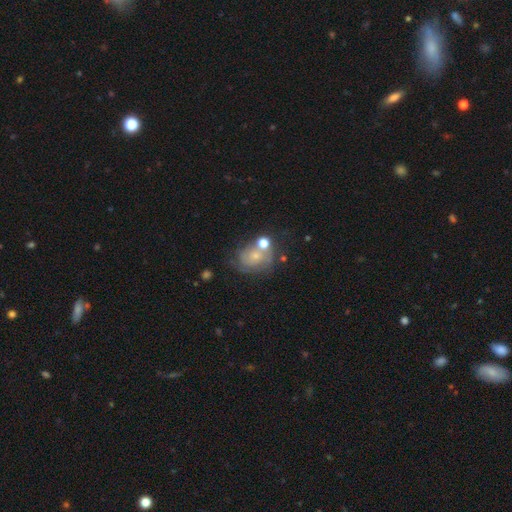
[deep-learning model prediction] smooth_or_featured: featured or disk (p=0.50) [alt: smooth p=0.37]
merging: none (p=0.46) [alt: minor disturbance p=0.22]